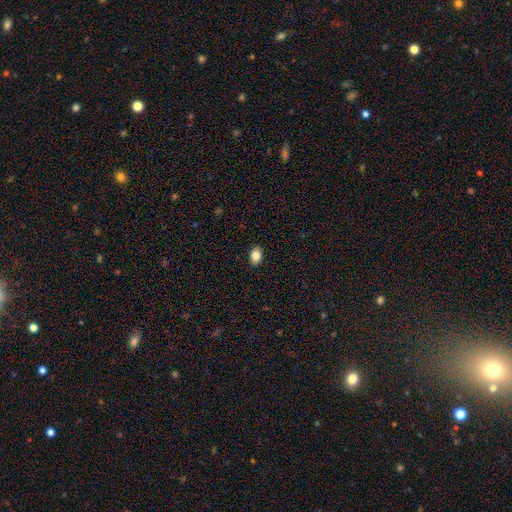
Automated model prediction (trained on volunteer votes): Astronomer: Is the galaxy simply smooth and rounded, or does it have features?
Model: smooth — 85%.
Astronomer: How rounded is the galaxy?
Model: in between — 82%.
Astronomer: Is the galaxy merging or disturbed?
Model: none — 90%.